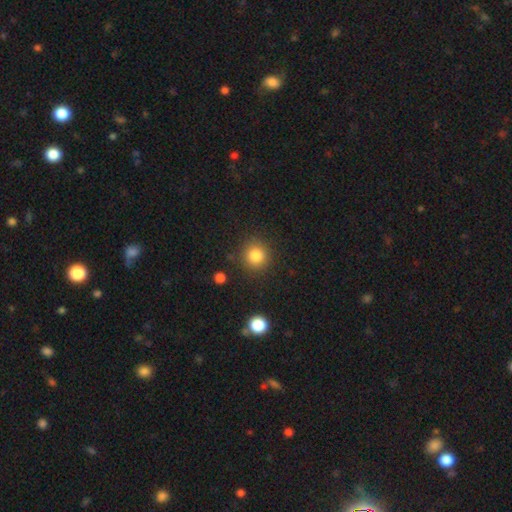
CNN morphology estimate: smooth-or-featured: smooth: 83% | star or artifact: 11% | featured or disk: 6%
  how-rounded: round: 92% | in between: 7% | cigar-shaped: 1%
  merging: none: 87% | minor disturbance: 7% | major disturbance: 3% | merger: 2%